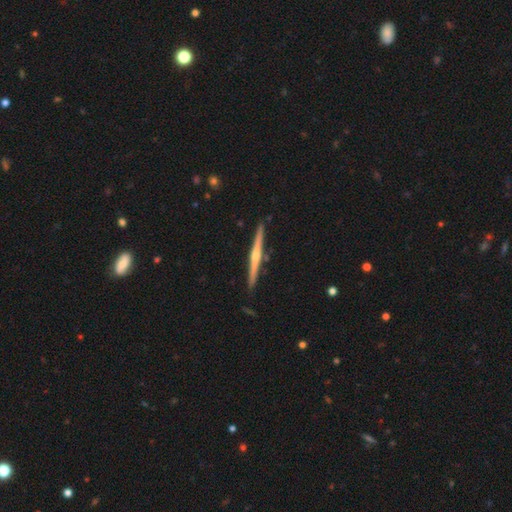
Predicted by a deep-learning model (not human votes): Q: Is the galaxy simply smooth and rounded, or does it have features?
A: featured or disk — 76%.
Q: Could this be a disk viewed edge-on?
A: yes — 98%.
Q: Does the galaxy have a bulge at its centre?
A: rounded — 80%.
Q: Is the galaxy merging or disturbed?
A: none — 89%.